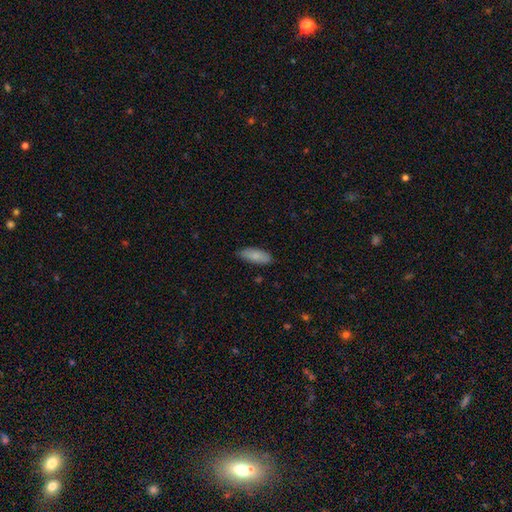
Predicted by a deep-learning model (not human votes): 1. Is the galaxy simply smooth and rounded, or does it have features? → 85% smooth, 9% featured or disk, 6% star or artifact.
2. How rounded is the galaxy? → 76% in between, 22% cigar-shaped, 2% round.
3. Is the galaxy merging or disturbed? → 84% none, 12% minor disturbance, 2% major disturbance, 1% merger.